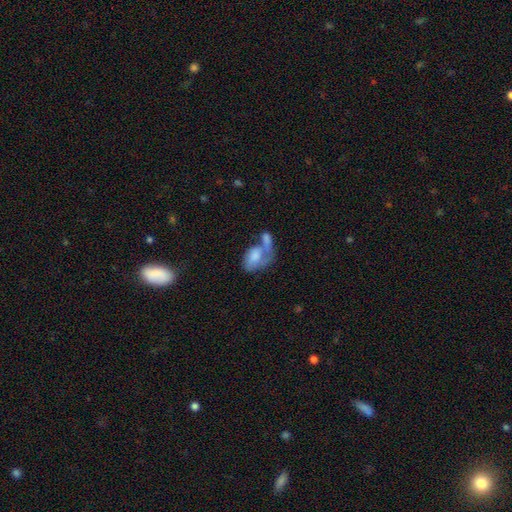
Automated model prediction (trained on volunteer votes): Smooth or featured: smooth — 56% (featured or disk — 37%)
How rounded: in between — 87% (round — 11%)
Merging: merger — 52% (major disturbance — 20%)